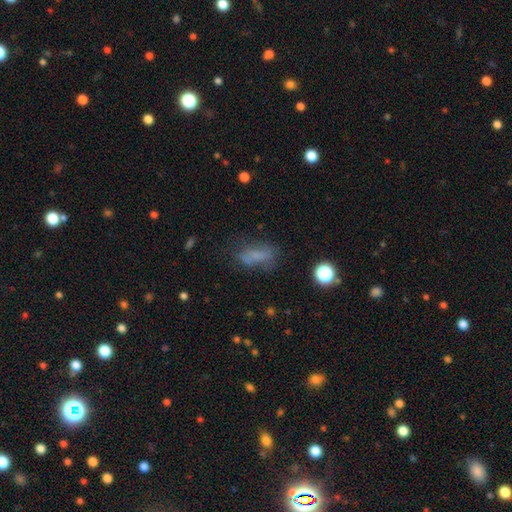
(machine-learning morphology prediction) This appears to be a smooth galaxy with no disk features (60%) that is in between round and cigar-shaped (73%). Merging: none (55%).